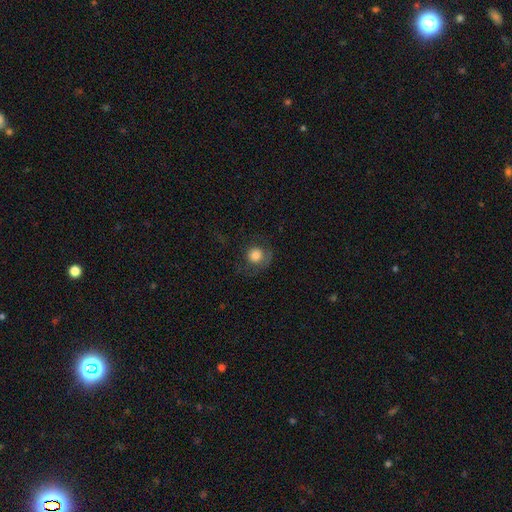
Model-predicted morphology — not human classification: This appears to be a smooth galaxy with no disk features (77%) that is round (91%). Merging: none (67%).